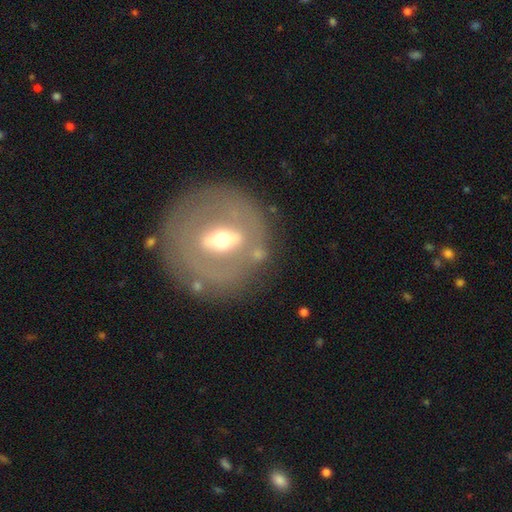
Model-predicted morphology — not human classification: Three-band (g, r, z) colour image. It shows a featured or disk galaxy (68%) with a strong bar (51%), no spiral arms (81%) and a moderate central bulge (67%). Merging: none (76%).